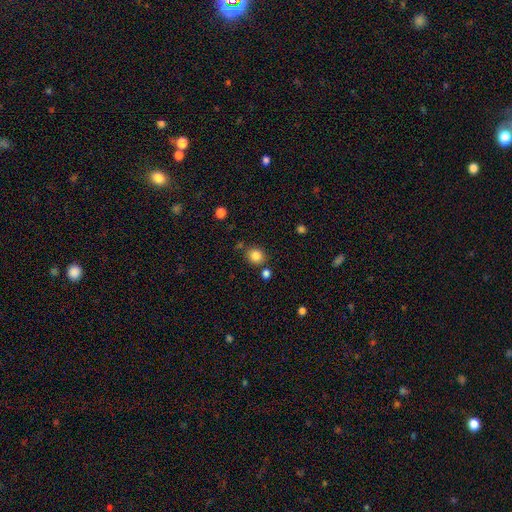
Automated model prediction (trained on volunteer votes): A smooth galaxy with no disk features (84%) that is round (77%). Merging: none (78%).